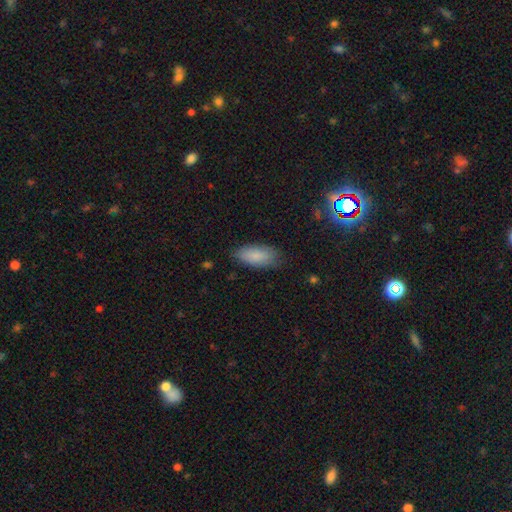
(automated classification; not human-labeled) A smooth galaxy with no disk features (85%) that is in between round and cigar-shaped (88%). Merging: none (80%).